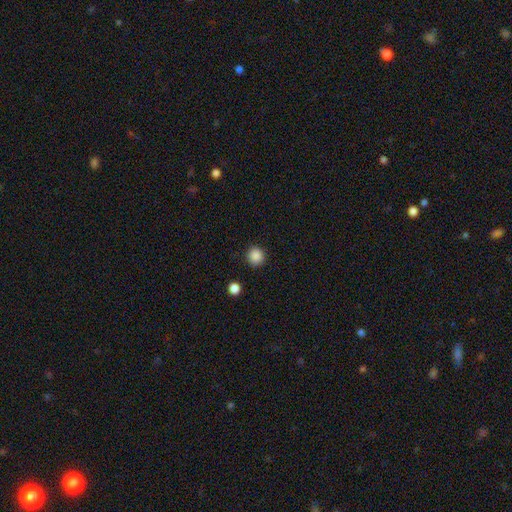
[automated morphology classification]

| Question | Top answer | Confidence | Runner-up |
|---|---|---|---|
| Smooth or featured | smooth | 87% | star or artifact (10%) |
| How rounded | round | 92% | in between (7%) |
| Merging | none | 90% | minor disturbance (7%) |